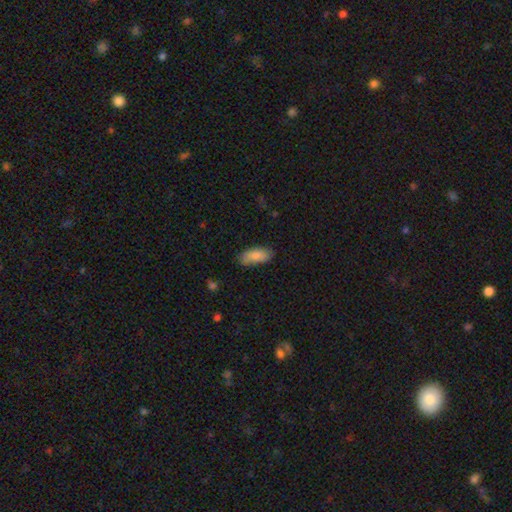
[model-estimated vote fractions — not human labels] This is clearly a smooth galaxy (86%). How rounded: clearly in between (86%). Merging: likely none (75%).